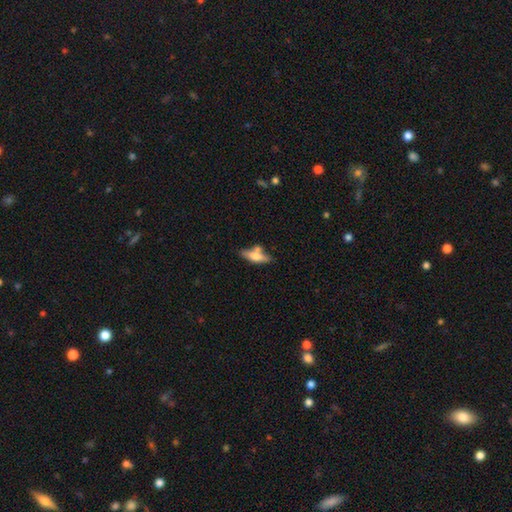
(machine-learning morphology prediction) Q: Smooth or featured?
A: smooth (54%); runner-up: featured or disk (39%)
Q: How rounded?
A: in between (50%); runner-up: cigar-shaped (47%)
Q: Merging?
A: none (56%); runner-up: merger (22%)